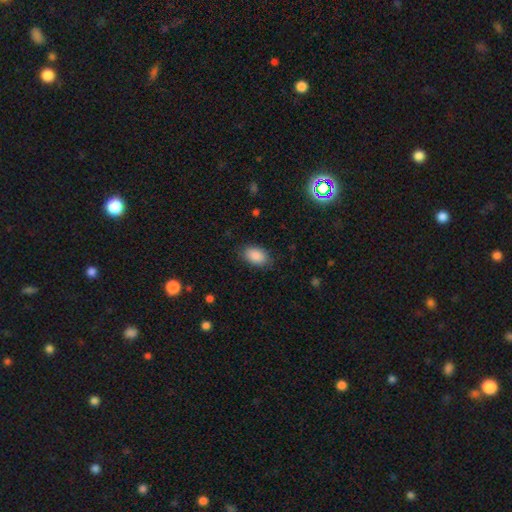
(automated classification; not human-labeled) Q: Smooth or featured?
A: smooth (89%); runner-up: star or artifact (7%)
Q: How rounded?
A: in between (90%); runner-up: round (9%)
Q: Merging?
A: none (83%); runner-up: minor disturbance (13%)